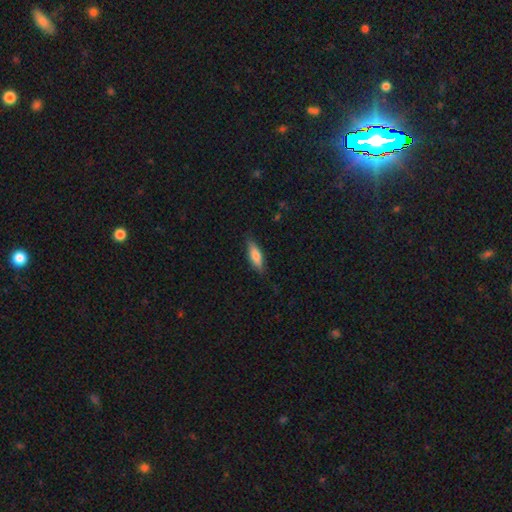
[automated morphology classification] A smooth galaxy with no disk features (71%) that is in between round and cigar-shaped (51%).

Vote fractions:
- Smooth or featured? smooth: 71% / featured or disk: 23% / star or artifact: 6%
- How rounded? in between: 51% / cigar-shaped: 47% / round: 2%
- Merging? none: 82% / minor disturbance: 15% / major disturbance: 3% / merger: 1%